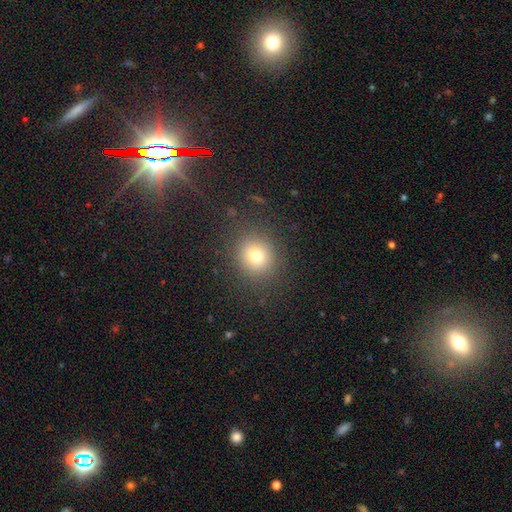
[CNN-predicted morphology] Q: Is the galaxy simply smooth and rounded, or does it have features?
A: smooth — 74%.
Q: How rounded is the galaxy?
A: round — 86%.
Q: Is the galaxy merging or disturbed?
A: none — 87%.